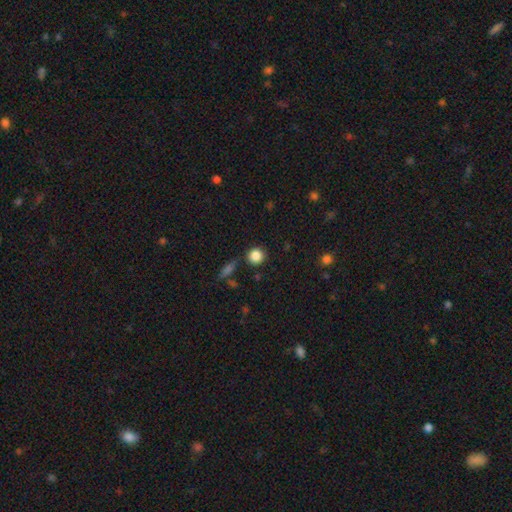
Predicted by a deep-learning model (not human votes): Smooth or featured?
  - smooth: 85% *
  - star or artifact: 10%
  - featured or disk: 4%
How rounded?
  - round: 91% *
  - in between: 8%
  - cigar-shaped: 1%
Merging?
  - none: 85% *
  - minor disturbance: 9%
  - merger: 4%
  - major disturbance: 3%